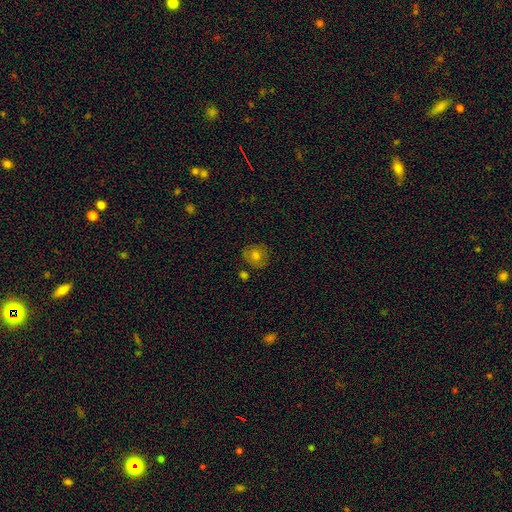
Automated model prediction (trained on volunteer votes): Q: Smooth or featured?
A: smooth (66%); runner-up: featured or disk (25%)
Q: How rounded?
A: round (81%); runner-up: in between (18%)
Q: Merging?
A: none (78%); runner-up: minor disturbance (14%)